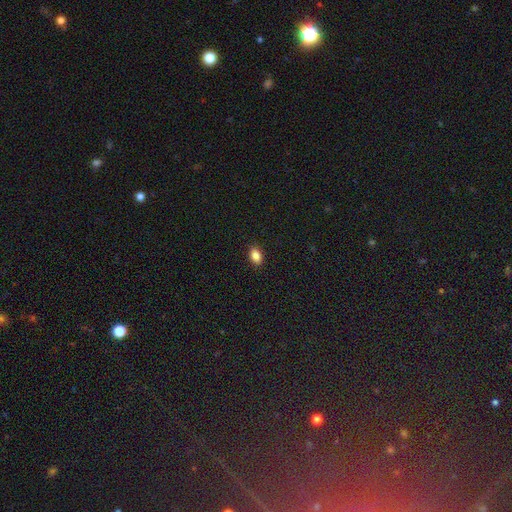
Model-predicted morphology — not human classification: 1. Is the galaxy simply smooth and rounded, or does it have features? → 86% smooth, 9% star or artifact, 4% featured or disk.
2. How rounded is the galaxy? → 86% in between, 12% round, 2% cigar-shaped.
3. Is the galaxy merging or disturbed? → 90% none, 7% minor disturbance, 2% major disturbance, 1% merger.